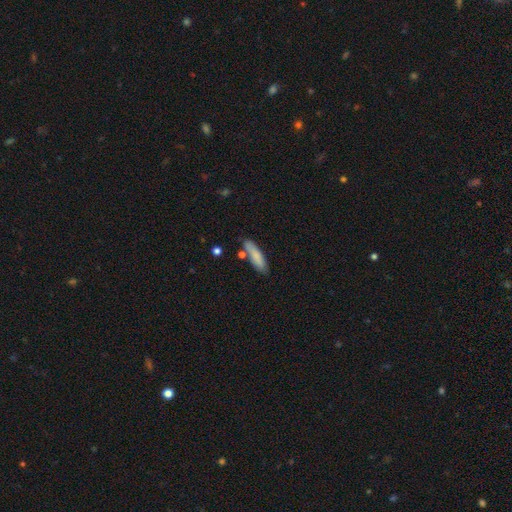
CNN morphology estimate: Smooth or featured?
  - smooth: 81% *
  - featured or disk: 12%
  - star or artifact: 7%
How rounded?
  - cigar-shaped: 65% *
  - in between: 33%
  - round: 2%
Merging?
  - none: 73% *
  - minor disturbance: 16%
  - merger: 8%
  - major disturbance: 3%